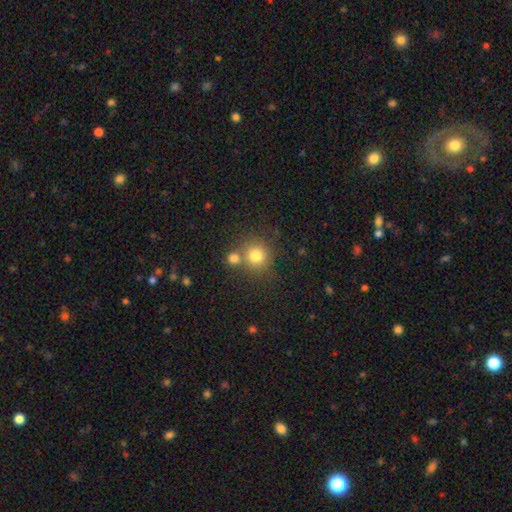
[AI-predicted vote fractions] Q: Smooth or featured?
A: smooth (79%); runner-up: star or artifact (13%)
Q: How rounded?
A: round (91%); runner-up: in between (8%)
Q: Merging?
A: none (61%); runner-up: merger (27%)